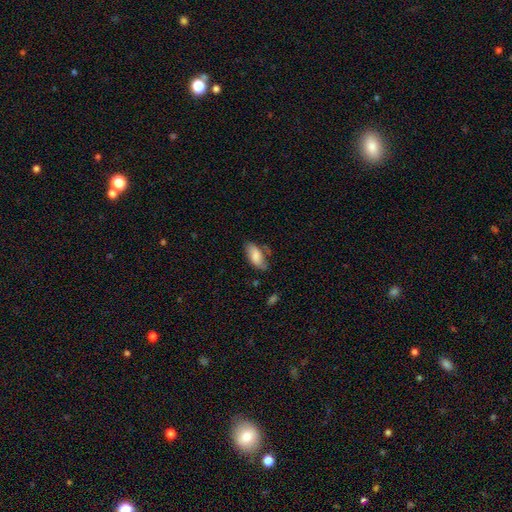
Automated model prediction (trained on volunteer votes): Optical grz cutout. It shows a smooth galaxy with no disk features (78%) that is in between round and cigar-shaped (90%). Merging: none (55%).